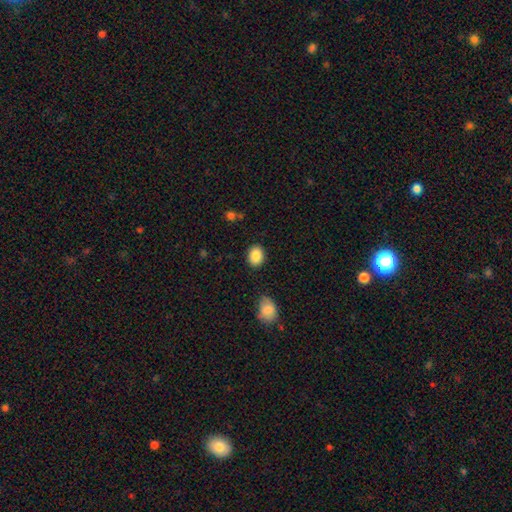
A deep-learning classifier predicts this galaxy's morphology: smooth-or-featured: smooth: 88% | star or artifact: 8% | featured or disk: 4%
  how-rounded: in between: 66% | round: 33% | cigar-shaped: 1%
  merging: none: 86% | minor disturbance: 10% | major disturbance: 3% | merger: 2%